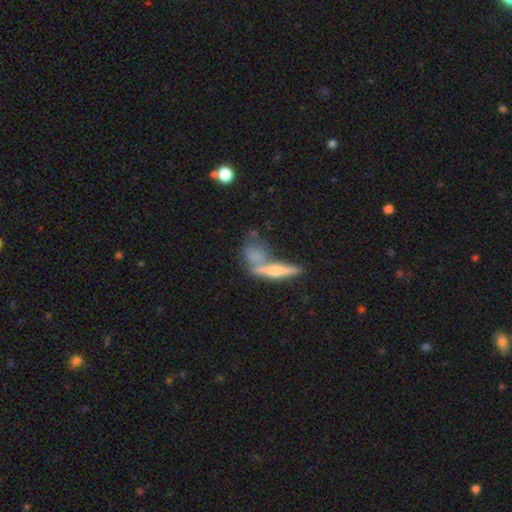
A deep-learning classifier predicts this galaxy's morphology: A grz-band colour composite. It shows a smooth galaxy with no disk features (57%) that is in between round and cigar-shaped (43%). Merging: none (42%).